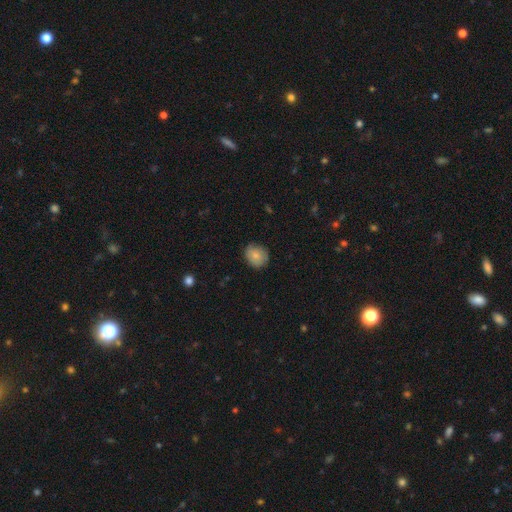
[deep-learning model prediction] Morphology: type=smooth (80%); roundness=round (67%); merging=none (80%).